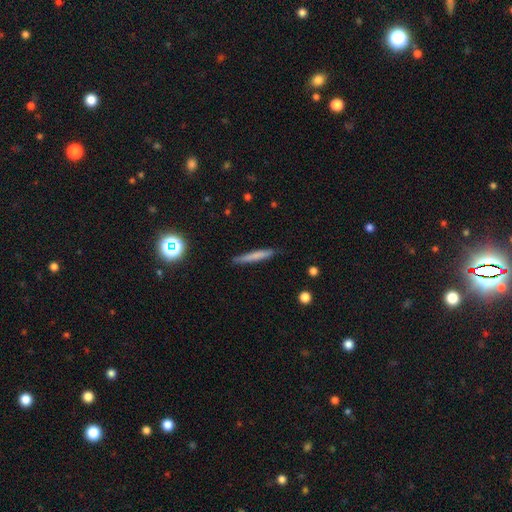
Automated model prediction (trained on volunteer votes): Morphology: type=smooth (70%); roundness=cigar-shaped (94%); merging=none (85%).